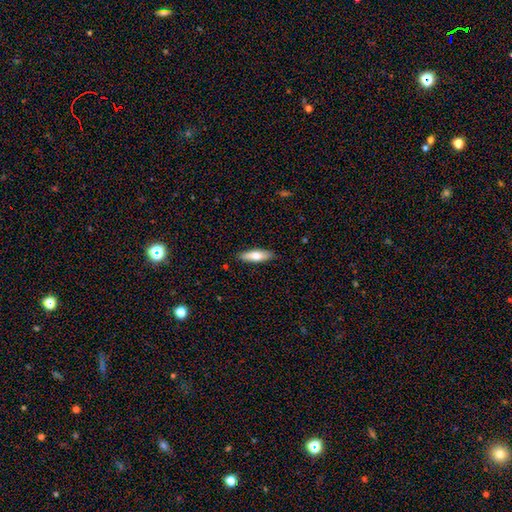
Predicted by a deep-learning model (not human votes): This appears to be a smooth galaxy with no disk features (70%) that is cigar-shaped (53%). Merging: none (88%).